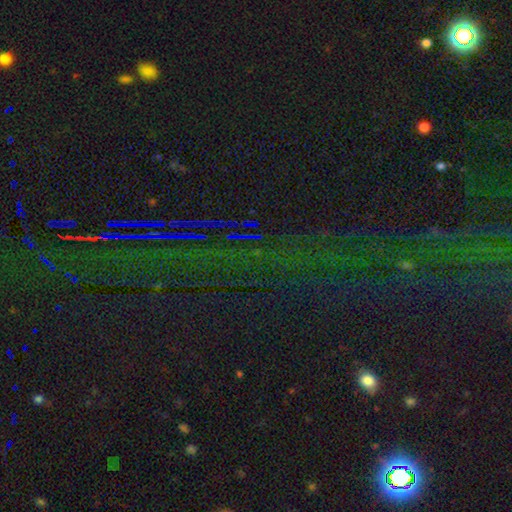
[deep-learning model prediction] Morphology: type=star or artifact (82%).